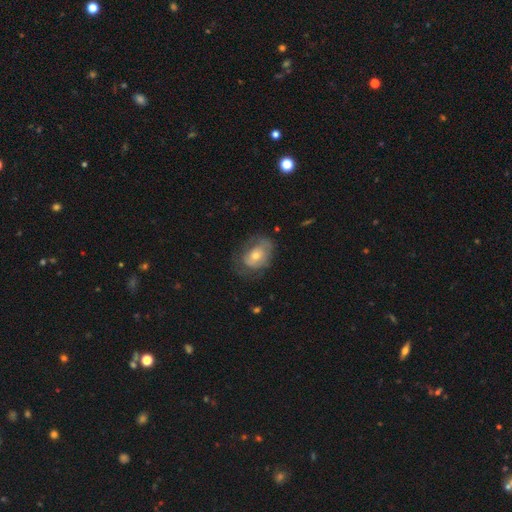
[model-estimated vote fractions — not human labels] This is possibly a featured or disk galaxy (48%). Merging: possibly none (57%).